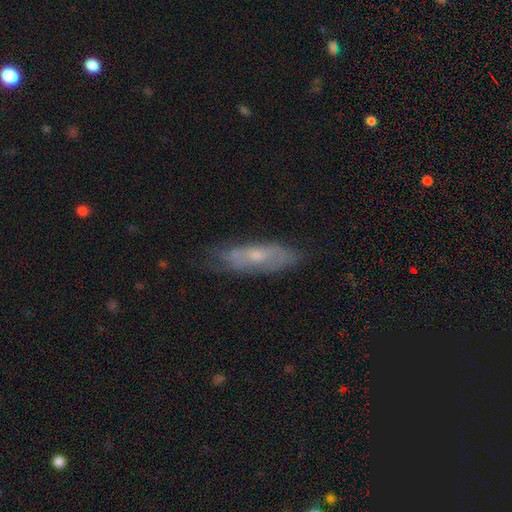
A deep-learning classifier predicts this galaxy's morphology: A featured or disk galaxy (49%). Merging: none (68%).